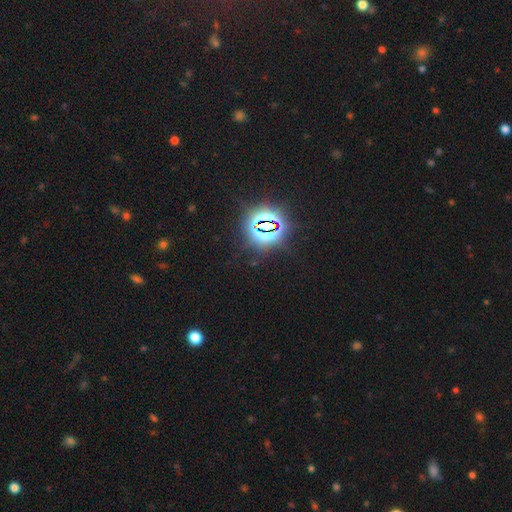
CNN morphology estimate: smooth-or-featured: star or artifact: 82% | smooth: 11% | featured or disk: 7%